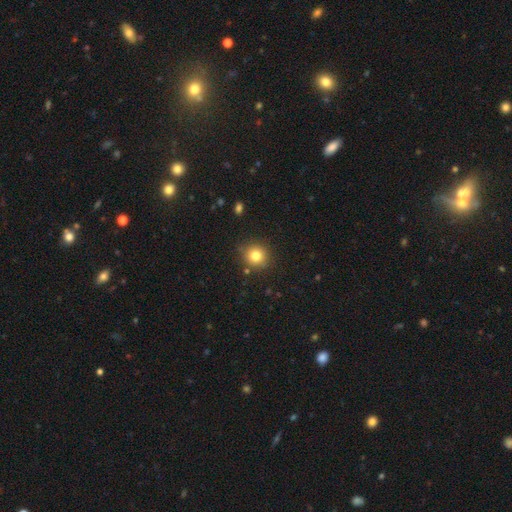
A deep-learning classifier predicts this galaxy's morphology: Smooth or featured?
  - smooth: 81% *
  - star or artifact: 12%
  - featured or disk: 7%
How rounded?
  - round: 90% *
  - in between: 9%
  - cigar-shaped: 1%
Merging?
  - none: 85% *
  - minor disturbance: 10%
  - major disturbance: 3%
  - merger: 3%